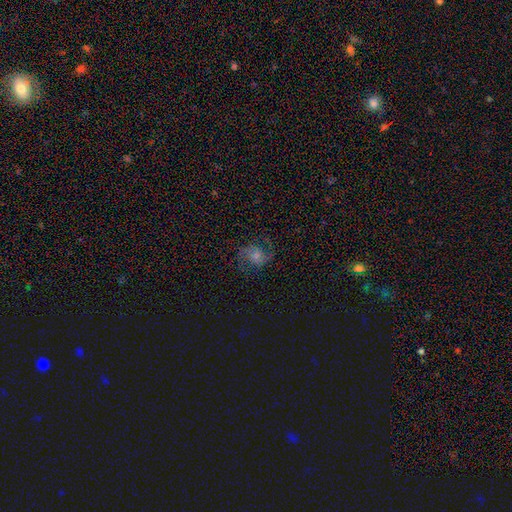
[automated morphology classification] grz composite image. It shows a featured or disk galaxy (65%) with no bar (67%), 2 (87%) loose (45%) spiral arms (91%) and a moderate central bulge (39%, tied with small). Merging: none (66%).